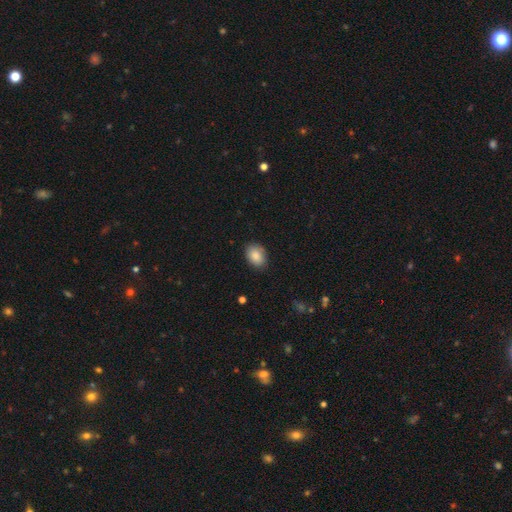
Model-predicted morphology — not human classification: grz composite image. It shows a smooth galaxy with no disk features (87%) that is in between round and cigar-shaped (77%). Merging: none (84%).